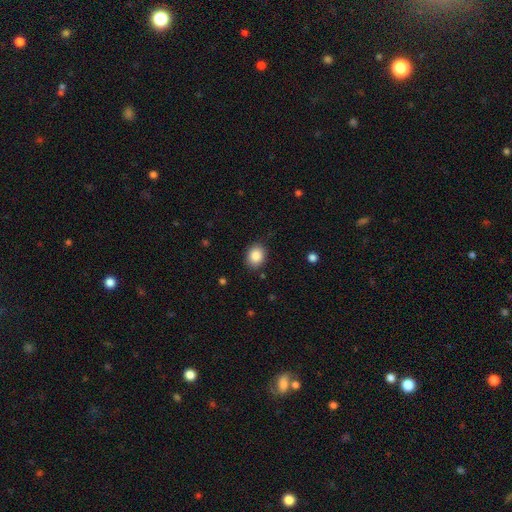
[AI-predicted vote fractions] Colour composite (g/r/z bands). It shows a smooth galaxy with no disk features (87%) that is in between round and cigar-shaped (53%). Merging: none (87%).